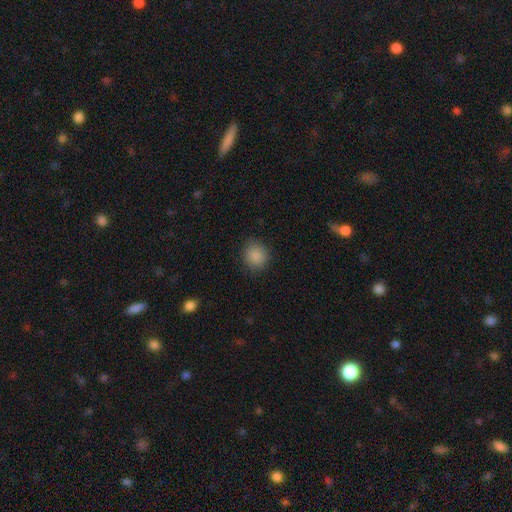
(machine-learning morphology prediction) This is clearly a smooth galaxy (88%). How rounded: clearly round (84%). Merging: clearly none (87%).